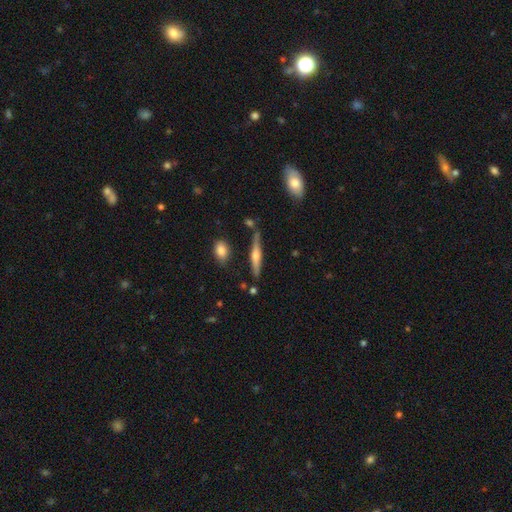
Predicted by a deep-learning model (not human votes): smooth_or_featured: featured or disk (p=0.59) [alt: smooth p=0.34]
disk_edge_on: yes (p=0.96) [alt: no p=0.04]
edge_on_bulge: rounded (p=0.83) [alt: boxy p=0.09]
merging: none (p=0.79) [alt: minor disturbance p=0.13]